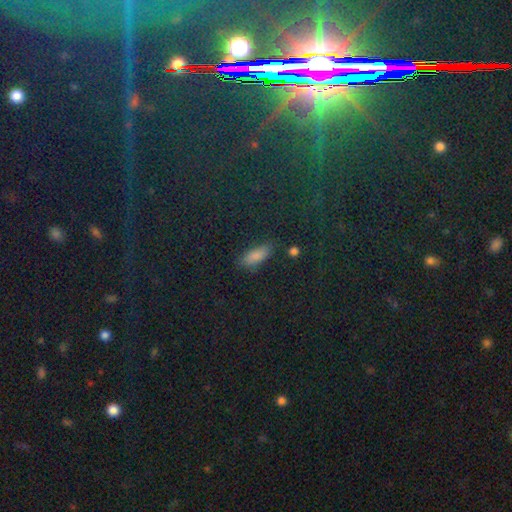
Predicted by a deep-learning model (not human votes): Morphology: type=smooth (78%); roundness=in between (65%); merging=none (78%).